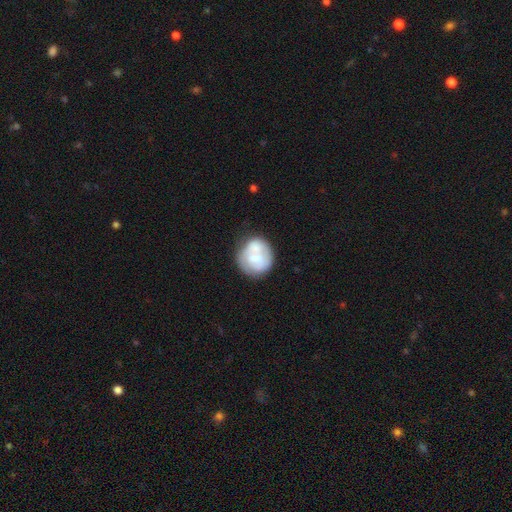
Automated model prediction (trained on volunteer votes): smooth 52%, featured or disk 41%, star or artifact 7%. Down the decision tree: how rounded — round (84%); merging — none (52%).